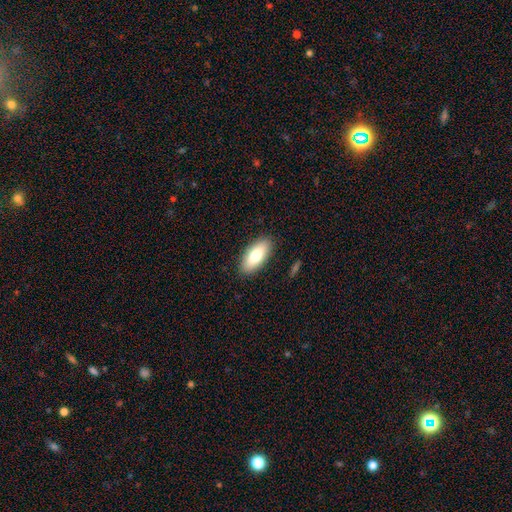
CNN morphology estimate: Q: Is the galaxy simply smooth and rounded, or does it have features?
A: smooth — 76%.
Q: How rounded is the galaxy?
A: in between — 84%.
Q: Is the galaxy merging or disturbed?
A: none — 88%.